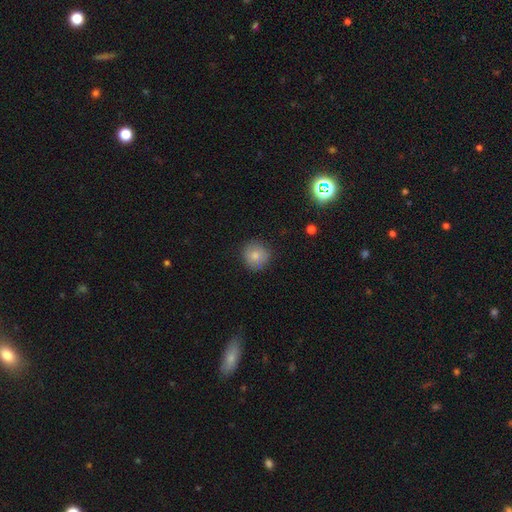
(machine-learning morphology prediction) This appears to be a smooth galaxy with no disk features (80%) that is round (92%). Merging: none (85%).